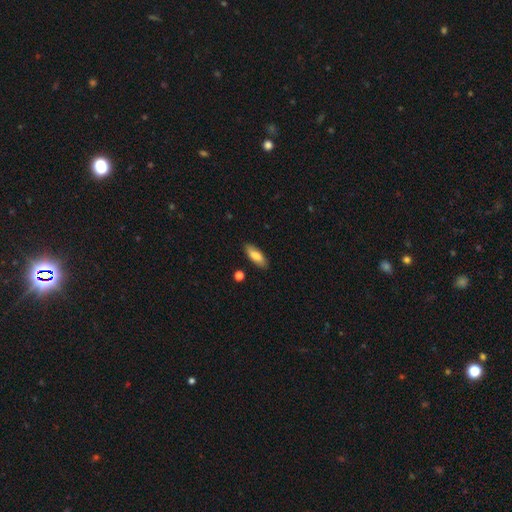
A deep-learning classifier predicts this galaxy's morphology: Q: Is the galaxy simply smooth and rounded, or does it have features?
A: smooth — 81%.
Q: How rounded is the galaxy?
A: in between — 72%.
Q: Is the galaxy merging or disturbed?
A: none — 85%.